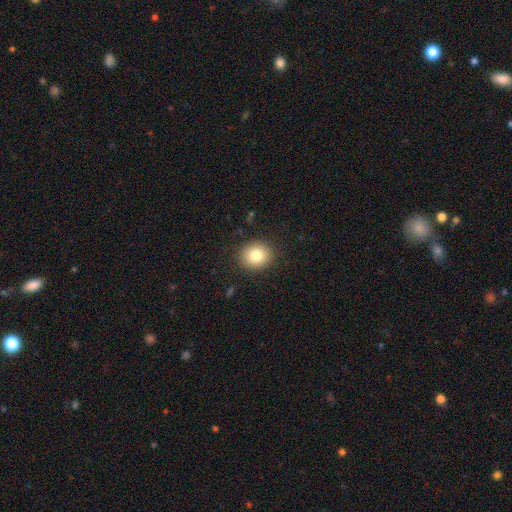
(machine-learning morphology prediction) Q: Smooth or featured?
A: smooth (81%); runner-up: star or artifact (10%)
Q: How rounded?
A: round (75%); runner-up: in between (24%)
Q: Merging?
A: none (89%); runner-up: minor disturbance (8%)